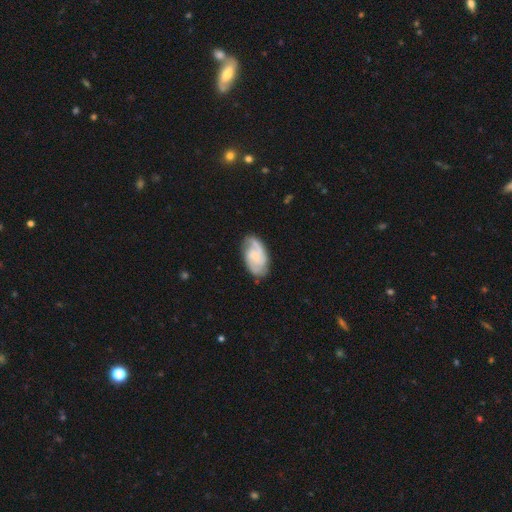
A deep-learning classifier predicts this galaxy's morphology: This is likely a featured or disk galaxy (76%). It is clearly not viewed edge-on (97%). Bar: possibly no (59%). Spiral arm pattern: clearly yes (95%). Spiral arm count: likely 2 (64%). Spiral winding: possibly medium (46%). Central bulge: likely small (64%). Merging: likely none (74%).